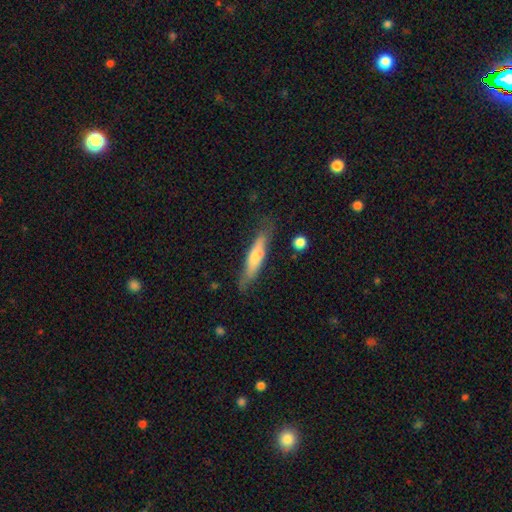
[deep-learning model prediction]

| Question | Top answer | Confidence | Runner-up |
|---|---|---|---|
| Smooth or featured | smooth | 63% | featured or disk (32%) |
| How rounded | cigar-shaped | 80% | in between (18%) |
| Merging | none | 68% | minor disturbance (22%) |